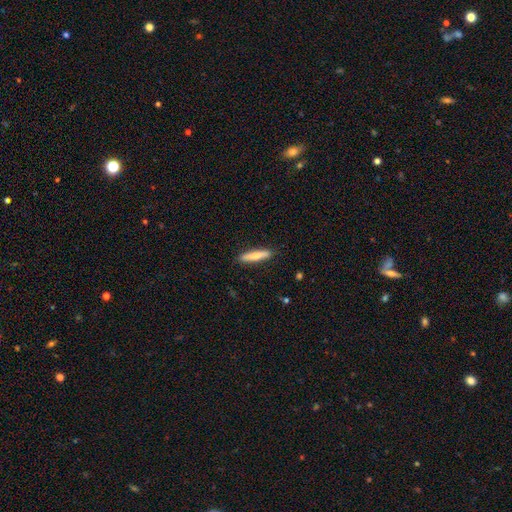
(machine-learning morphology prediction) type=smooth (77%); roundness=cigar-shaped (88%); merging=none (90%).